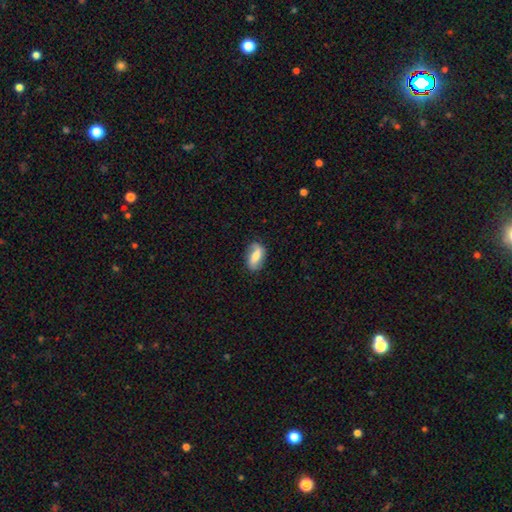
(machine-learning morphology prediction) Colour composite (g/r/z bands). It shows a smooth galaxy with no disk features (56%) that is in between round and cigar-shaped (87%). Merging: none (75%).